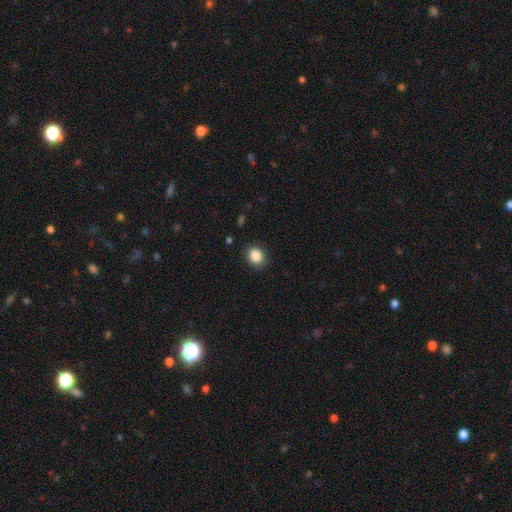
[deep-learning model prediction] Q: Smooth or featured?
A: smooth (87%); runner-up: star or artifact (9%)
Q: How rounded?
A: round (68%); runner-up: in between (31%)
Q: Merging?
A: none (87%); runner-up: minor disturbance (9%)